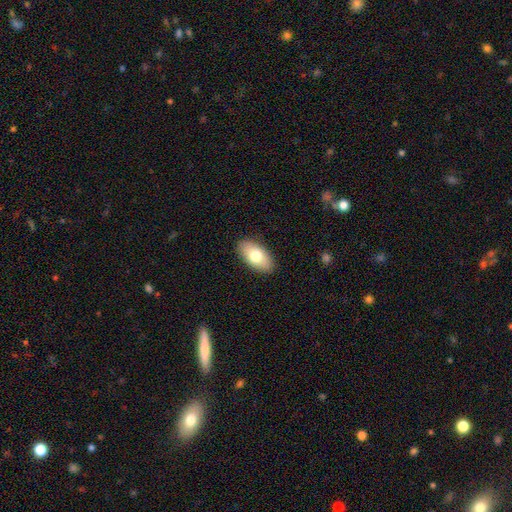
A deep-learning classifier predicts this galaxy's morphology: A smooth galaxy with no disk features (76%) that is in between round and cigar-shaped (93%). Merging: none (89%).